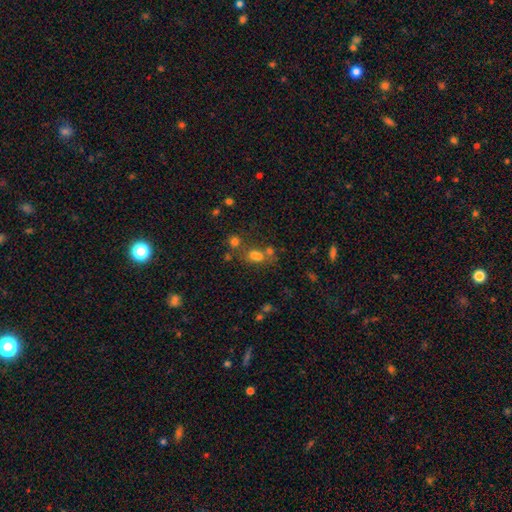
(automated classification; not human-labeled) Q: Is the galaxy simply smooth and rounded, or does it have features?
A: smooth — 65%.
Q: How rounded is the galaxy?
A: in between — 51%.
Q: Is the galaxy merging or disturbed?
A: merger — 43%.